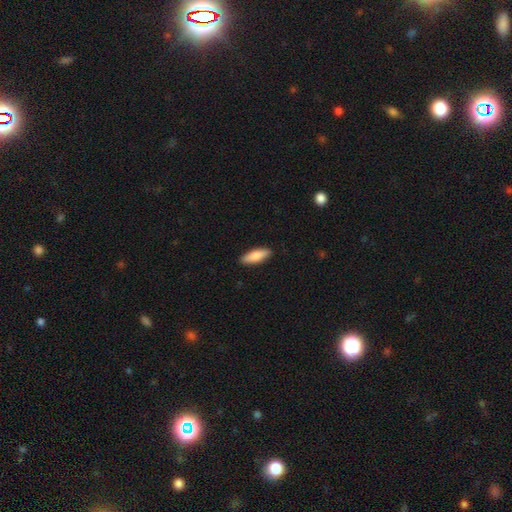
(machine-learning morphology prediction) smooth 84%, featured or disk 11%, star or artifact 5%. Down the decision tree: how rounded — in between (61%); merging — none (90%).